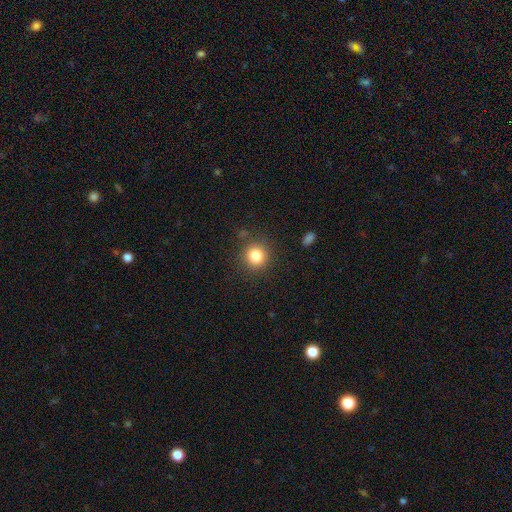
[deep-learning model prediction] smooth-or-featured: smooth: 83% | star or artifact: 11% | featured or disk: 6%
  how-rounded: round: 91% | in between: 8% | cigar-shaped: 1%
  merging: none: 86% | minor disturbance: 8% | major disturbance: 3% | merger: 2%